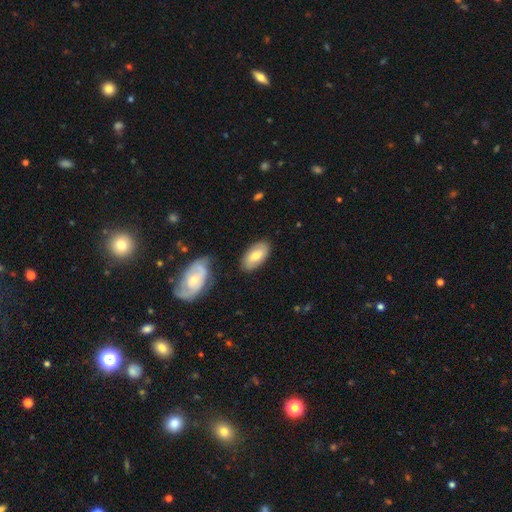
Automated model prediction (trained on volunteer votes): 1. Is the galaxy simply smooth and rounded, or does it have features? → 67% smooth, 28% featured or disk, 6% star or artifact.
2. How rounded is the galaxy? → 93% in between, 3% cigar-shaped, 3% round.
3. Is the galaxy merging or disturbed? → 80% none, 13% minor disturbance, 4% merger, 3% major disturbance.